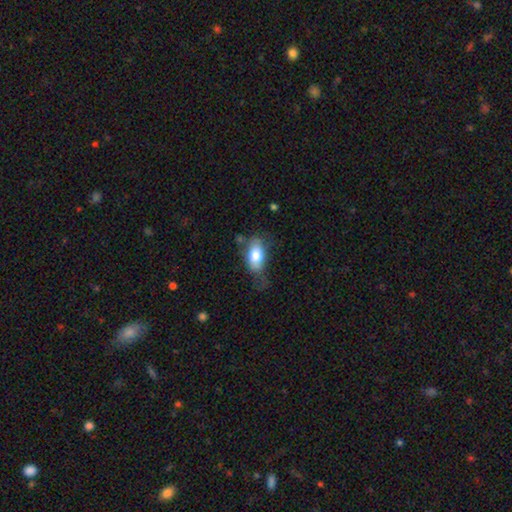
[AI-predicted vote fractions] Smooth or featured? smooth (74%)
How rounded? in between (88%)
Merging? none (44%)